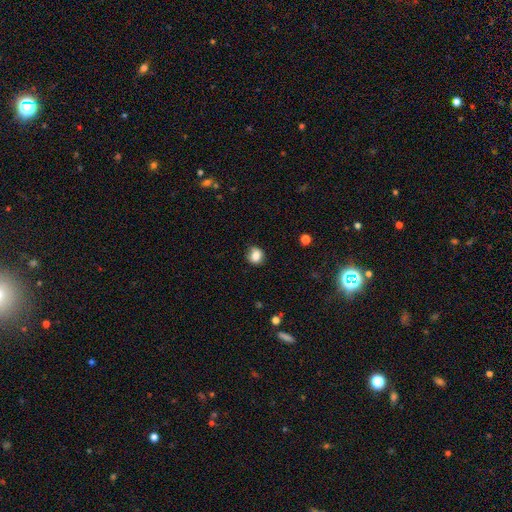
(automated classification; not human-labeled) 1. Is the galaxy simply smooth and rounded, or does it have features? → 82% smooth, 10% star or artifact, 8% featured or disk.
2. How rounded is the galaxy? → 69% round, 30% in between, 1% cigar-shaped.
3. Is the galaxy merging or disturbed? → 80% none, 15% minor disturbance, 4% major disturbance, 1% merger.